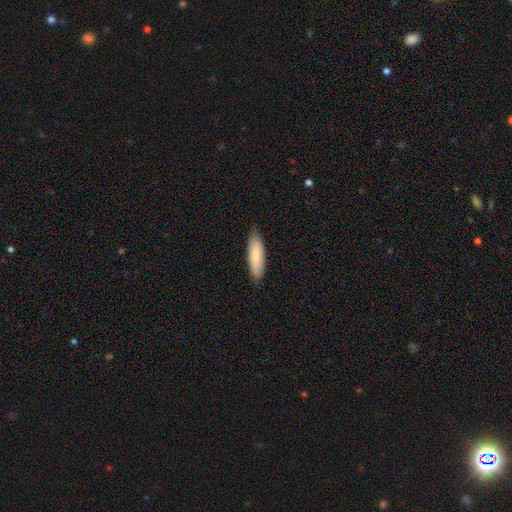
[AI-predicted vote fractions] Smooth or featured?
  - smooth: 83% *
  - featured or disk: 12%
  - star or artifact: 5%
How rounded?
  - cigar-shaped: 56% *
  - in between: 42%
  - round: 1%
Merging?
  - none: 84% *
  - minor disturbance: 13%
  - major disturbance: 2%
  - merger: 1%